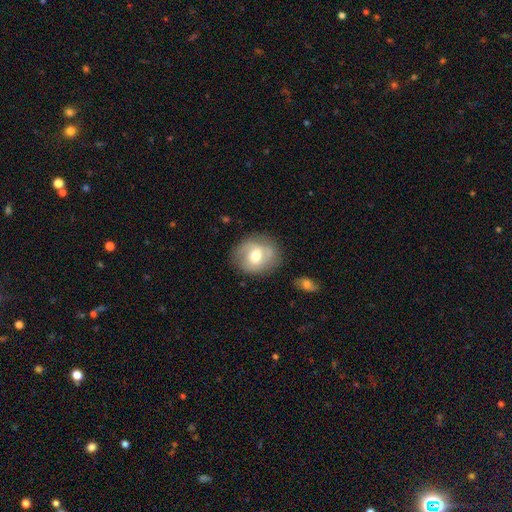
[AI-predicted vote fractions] Smooth or featured: smooth — 47% (featured or disk — 46%)
Merging: none — 74% (minor disturbance — 17%)